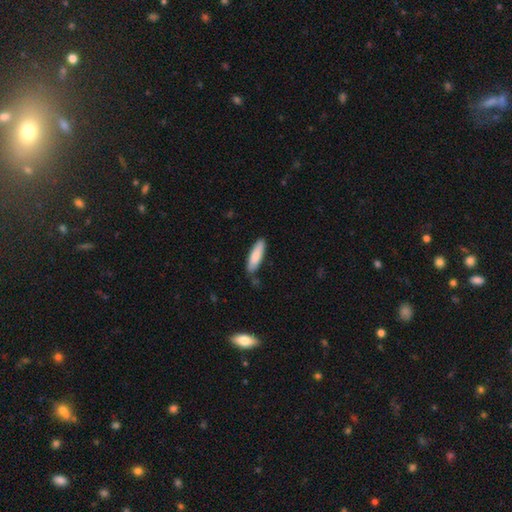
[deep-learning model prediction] A smooth galaxy with no disk features (84%) that is cigar-shaped (60%). Merging: none (78%).